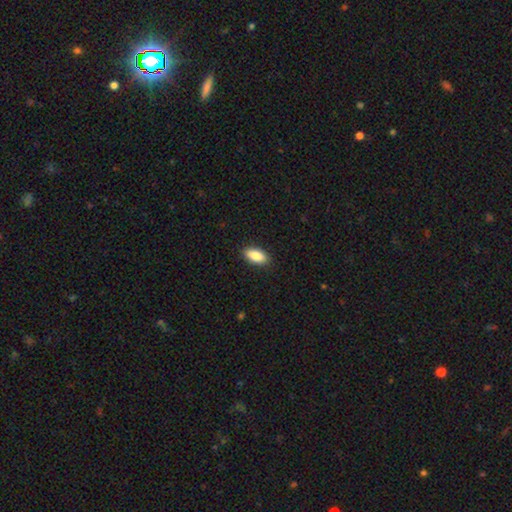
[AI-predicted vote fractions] Smooth or featured? smooth (88%)
How rounded? in between (90%)
Merging? none (89%)